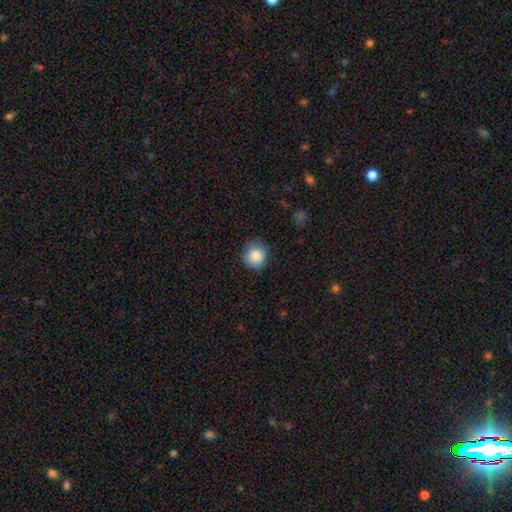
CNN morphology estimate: Smooth or featured: smooth — 86% (star or artifact — 8%)
How rounded: round — 86% (in between — 13%)
Merging: none — 79% (minor disturbance — 17%)